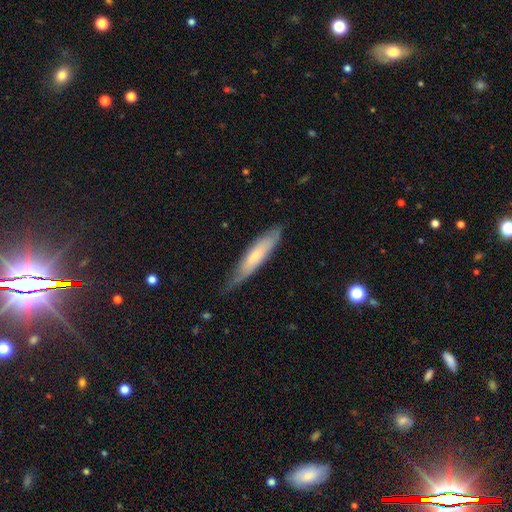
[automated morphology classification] Smooth or featured: smooth — 60% (featured or disk — 35%)
How rounded: cigar-shaped — 78% (in between — 20%)
Merging: none — 66% (minor disturbance — 27%)